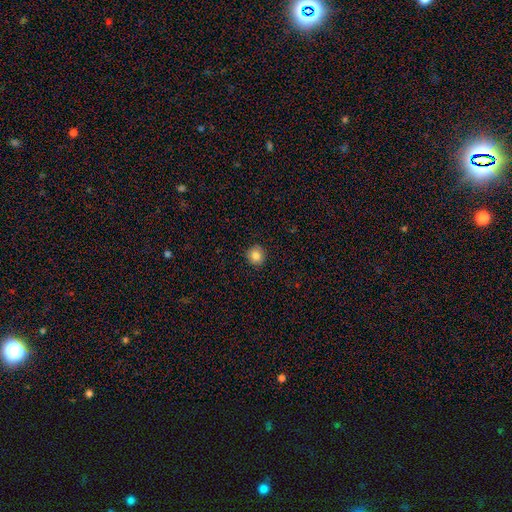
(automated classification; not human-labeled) A smooth galaxy with no disk features (84%) that is round (89%).

Vote fractions:
- Smooth or featured? smooth: 84% / star or artifact: 10% / featured or disk: 6%
- How rounded? round: 89% / in between: 10% / cigar-shaped: 1%
- Merging? none: 90% / minor disturbance: 7% / major disturbance: 2% / merger: 1%